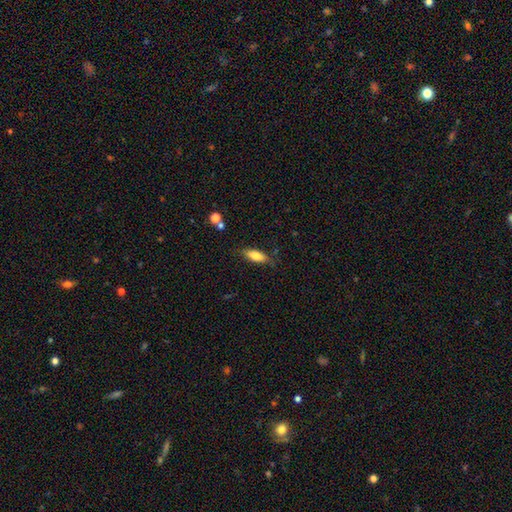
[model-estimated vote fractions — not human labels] smooth_or_featured: smooth (p=0.77) [alt: featured or disk p=0.15]
how_rounded: in between (p=0.69) [alt: cigar-shaped p=0.29]
merging: none (p=0.77) [alt: minor disturbance p=0.17]